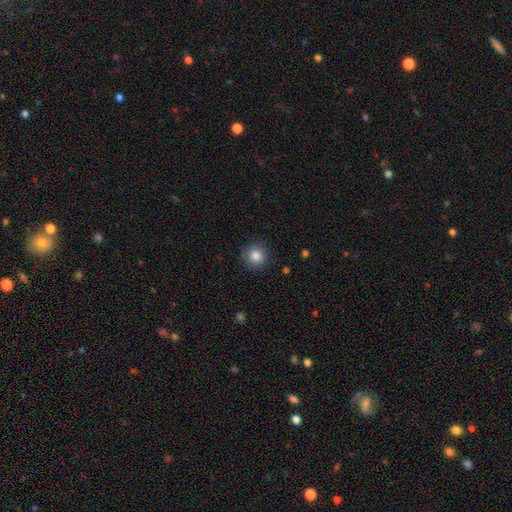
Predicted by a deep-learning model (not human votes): Morphology: type=smooth (84%); roundness=round (94%); merging=none (87%).